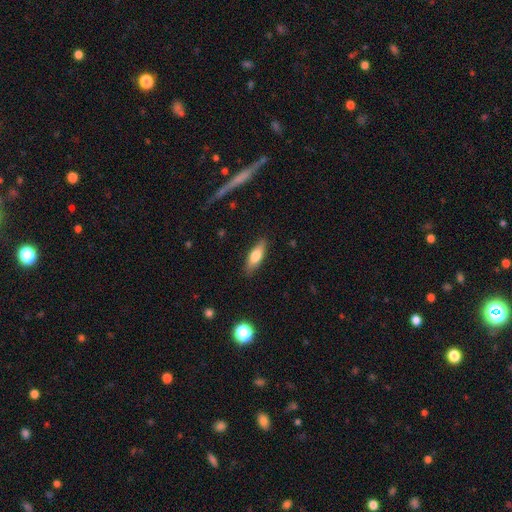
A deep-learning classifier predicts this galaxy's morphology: A smooth galaxy with no disk features (72%) that is in between round and cigar-shaped (58%). Merging: none (86%).